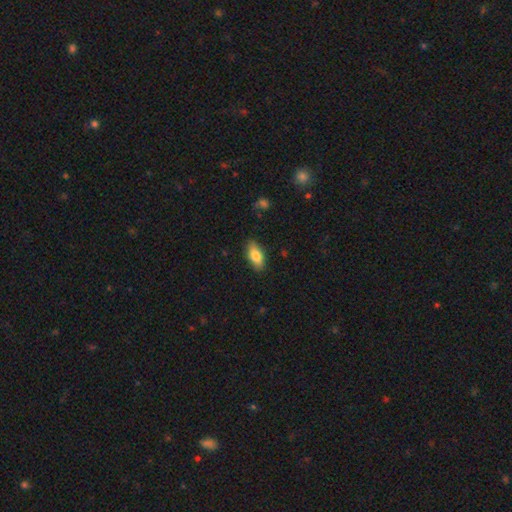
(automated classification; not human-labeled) A smooth galaxy with no disk features (81%) that is in between round and cigar-shaped (85%). Merging: none (85%).